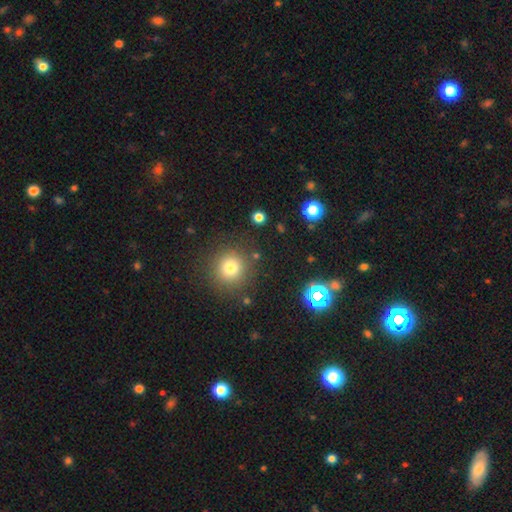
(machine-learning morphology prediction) A smooth galaxy with no disk features (65%) that is round (94%).

Vote fractions:
- Smooth or featured? smooth: 65% / star or artifact: 29% / featured or disk: 7%
- How rounded? round: 94% / in between: 5% / cigar-shaped: 1%
- Merging? none: 90% / minor disturbance: 5% / merger: 2% / major disturbance: 2%